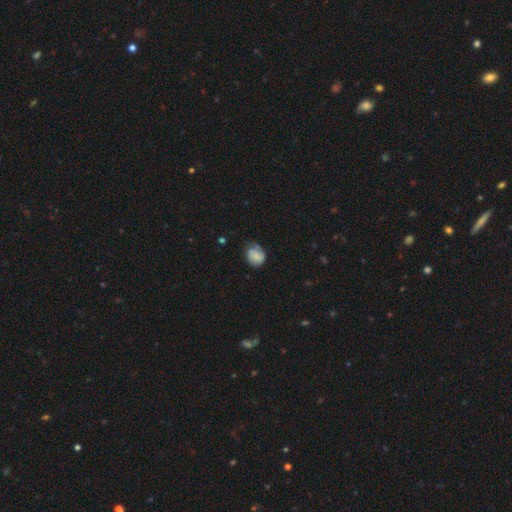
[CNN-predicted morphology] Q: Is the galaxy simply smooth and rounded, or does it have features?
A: smooth — 66%.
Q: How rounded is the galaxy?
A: round — 53%.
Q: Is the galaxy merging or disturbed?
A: none — 47%.